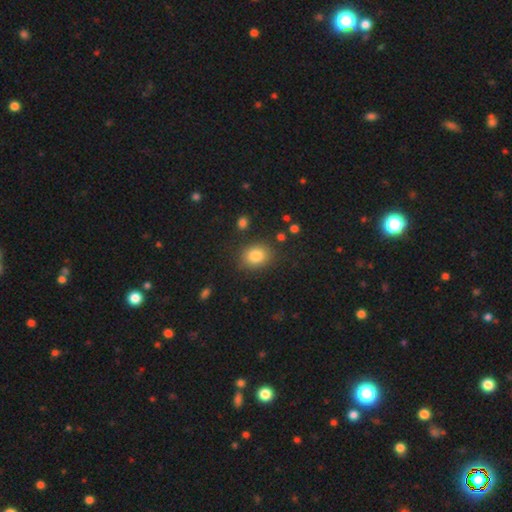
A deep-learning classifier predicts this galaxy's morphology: Smooth or featured?
  - smooth: 83% *
  - star or artifact: 10%
  - featured or disk: 7%
How rounded?
  - round: 53% *
  - in between: 46%
  - cigar-shaped: 1%
Merging?
  - none: 82% *
  - minor disturbance: 11%
  - major disturbance: 4%
  - merger: 3%